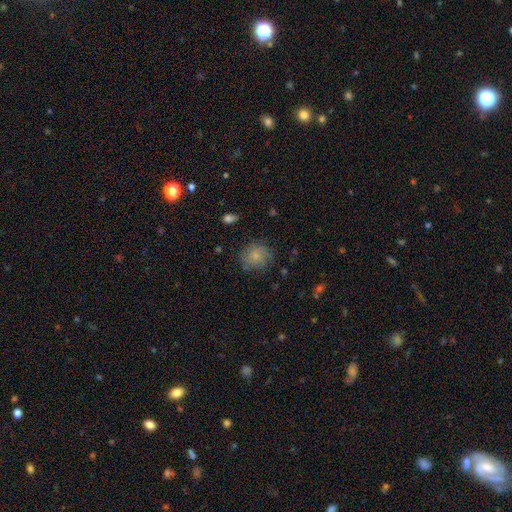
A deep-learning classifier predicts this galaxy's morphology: This is likely a smooth galaxy (76%). How rounded: clearly round (83%). Merging: likely none (76%).